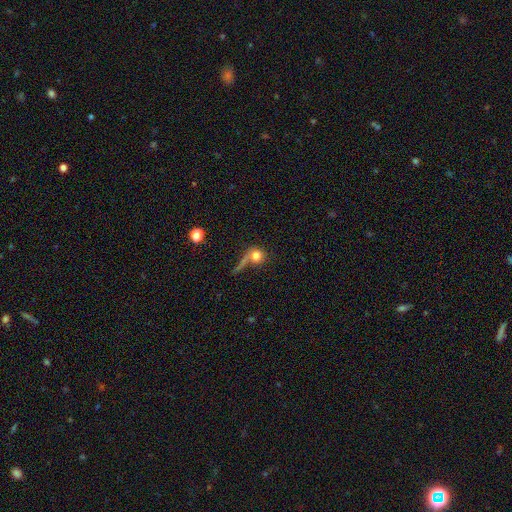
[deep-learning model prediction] smooth-or-featured: smooth: 72% | featured or disk: 17% | star or artifact: 12%
  how-rounded: round: 81% | in between: 15% | cigar-shaped: 5%
  merging: none: 43% | major disturbance: 21% | merger: 21% | minor disturbance: 14%